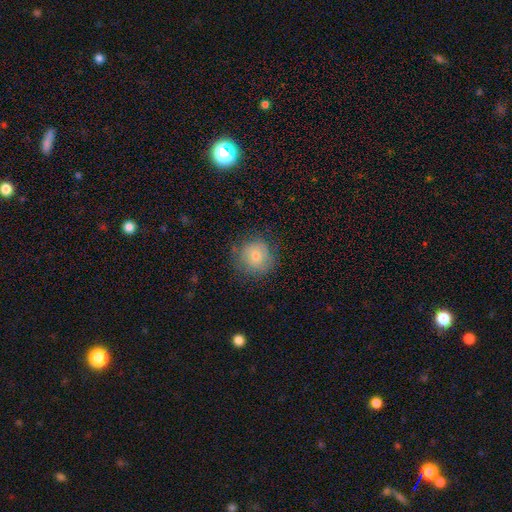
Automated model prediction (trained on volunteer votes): Smooth or featured?
  - smooth: 75% *
  - featured or disk: 16%
  - star or artifact: 9%
How rounded?
  - round: 92% *
  - in between: 7%
  - cigar-shaped: 1%
Merging?
  - none: 77% *
  - minor disturbance: 16%
  - major disturbance: 5%
  - merger: 1%